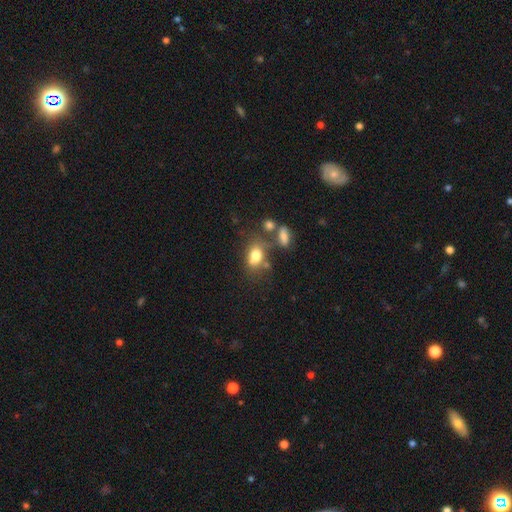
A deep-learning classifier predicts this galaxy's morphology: Smooth or featured? Predicted: smooth (p=0.76). How rounded? Predicted: in between (p=0.74). Merging? Predicted: none (p=0.48).